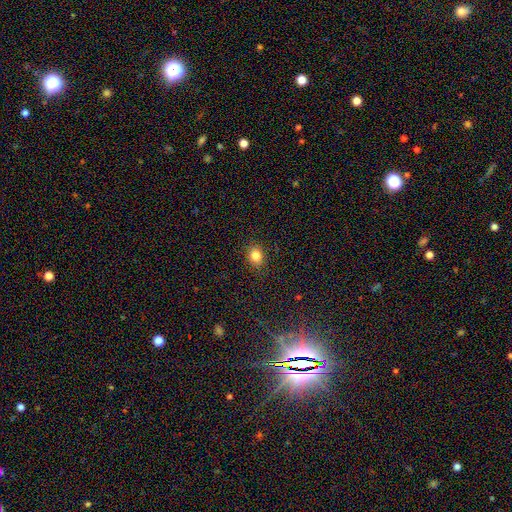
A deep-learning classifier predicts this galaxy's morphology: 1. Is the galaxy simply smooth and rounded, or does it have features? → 83% smooth, 11% star or artifact, 6% featured or disk.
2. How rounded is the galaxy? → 56% round, 43% in between, 1% cigar-shaped.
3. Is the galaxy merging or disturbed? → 89% none, 8% minor disturbance, 2% major disturbance, 1% merger.